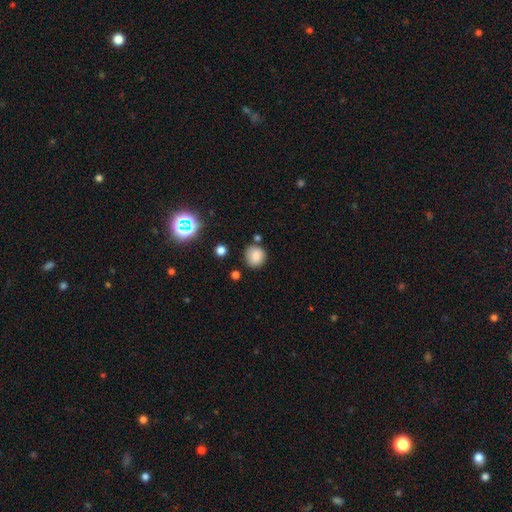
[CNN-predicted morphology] smooth_or_featured: smooth (p=0.81) [alt: star or artifact p=0.12]
how_rounded: round (p=0.87) [alt: in between p=0.12]
merging: none (p=0.79) [alt: minor disturbance p=0.13]